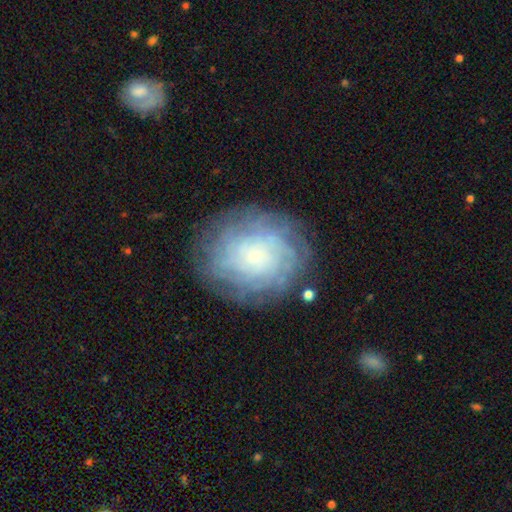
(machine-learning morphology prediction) type=featured or disk (70%); edge-on=no (97%); bar=no (84%); spiral arms=yes (89%); winding=tight (79%); arm count=can't tell (38%); bulge=small (86%); merging=none (81%).